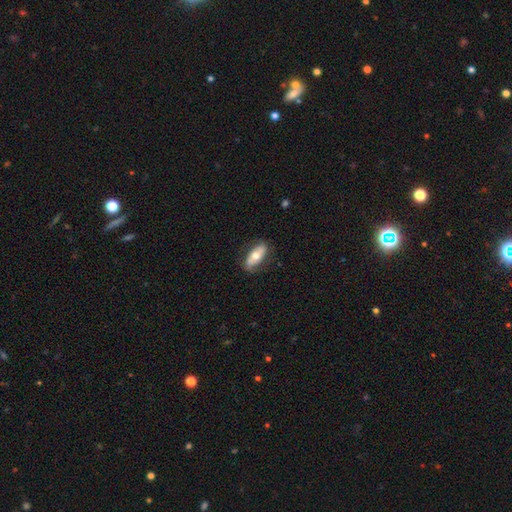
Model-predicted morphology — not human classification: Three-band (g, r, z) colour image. It shows a smooth galaxy with no disk features (58%) that is in between round and cigar-shaped (76%). Merging: none (81%).